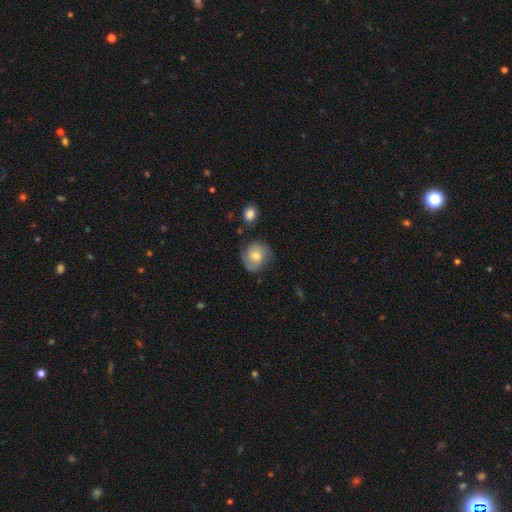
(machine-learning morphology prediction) smooth_or_featured: smooth (p=0.59) [alt: featured or disk p=0.33]
how_rounded: round (p=0.82) [alt: in between p=0.17]
merging: none (p=0.73) [alt: minor disturbance p=0.19]